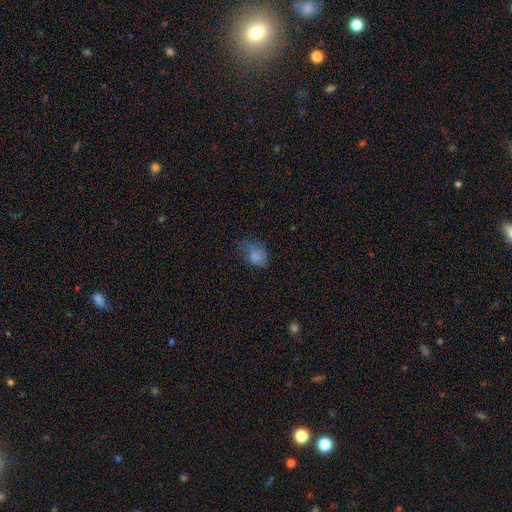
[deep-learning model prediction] smooth_or_featured: smooth (p=0.76) [alt: featured or disk p=0.13]
how_rounded: in between (p=0.74) [alt: round p=0.25]
merging: none (p=0.42) [alt: minor disturbance p=0.33]